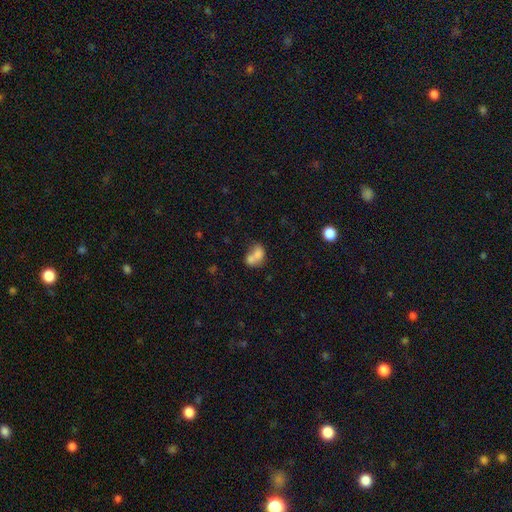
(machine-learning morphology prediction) A smooth galaxy with no disk features (73%) that is in between round and cigar-shaped (65%). Merging: merger (69%).